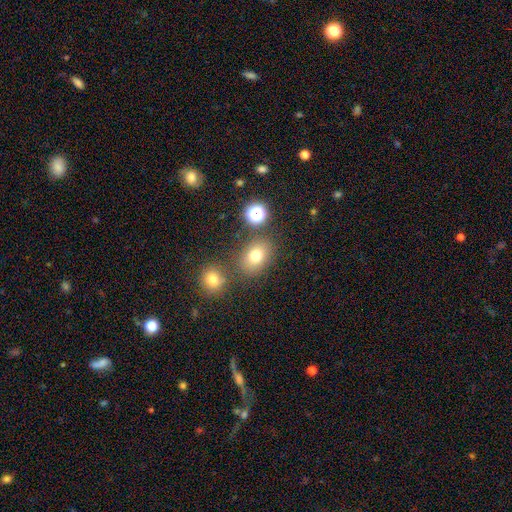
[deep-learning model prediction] Smooth or featured: smooth — 74% (star or artifact — 16%)
How rounded: in between — 57% (round — 42%)
Merging: none — 76% (minor disturbance — 11%)